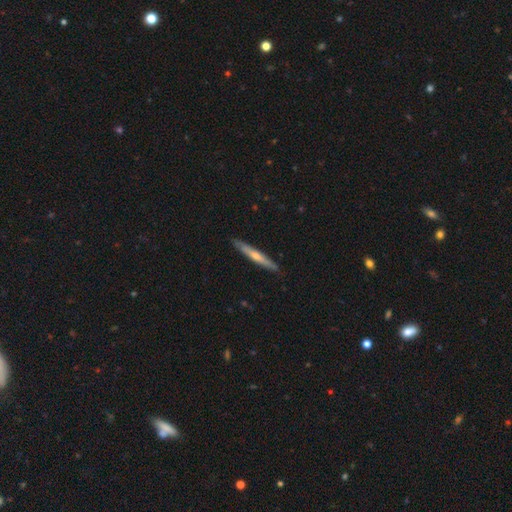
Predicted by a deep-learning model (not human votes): featured or disk 63%, smooth 31%, star or artifact 6%. Down the decision tree: edge-on disk — yes (95%); edge-on bulge — rounded (78%); merging — none (90%).